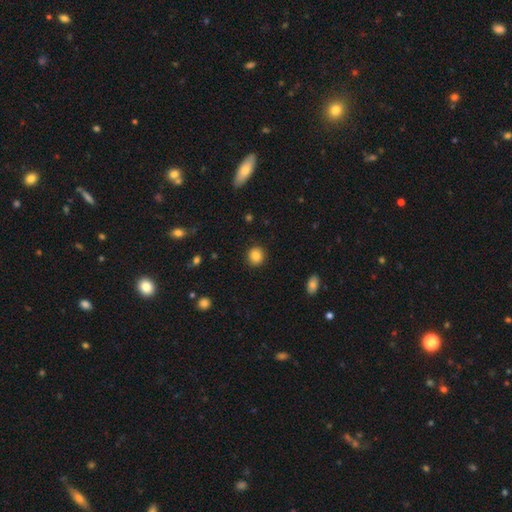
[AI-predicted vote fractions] smooth_or_featured: smooth (p=0.85) [alt: star or artifact p=0.10]
how_rounded: round (p=0.86) [alt: in between p=0.13]
merging: none (p=0.91) [alt: minor disturbance p=0.06]